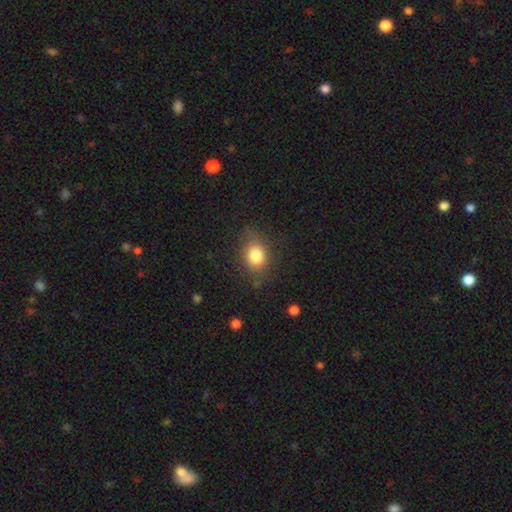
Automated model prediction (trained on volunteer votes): Morphology: type=smooth (81%); roundness=in between (60%); merging=none (73%).